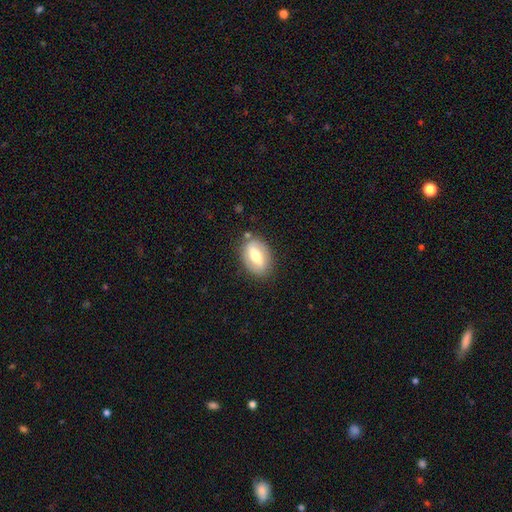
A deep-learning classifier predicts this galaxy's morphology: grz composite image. It shows a featured or disk galaxy (48%). Merging: none (82%).